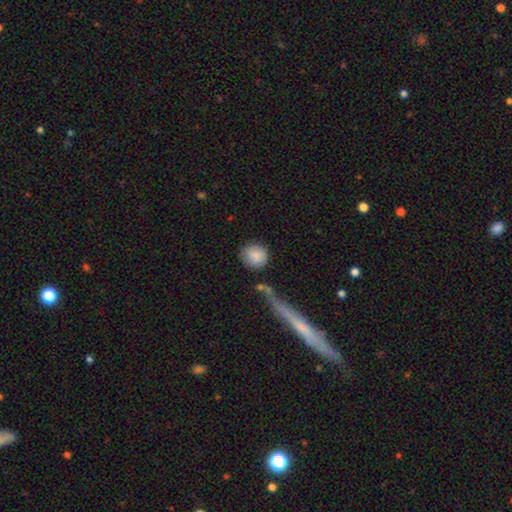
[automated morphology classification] A smooth galaxy with no disk features (85%) that is round (90%).

Vote fractions:
- Smooth or featured? smooth: 85% / featured or disk: 8% / star or artifact: 7%
- How rounded? round: 90% / in between: 9% / cigar-shaped: 1%
- Merging? none: 72% / minor disturbance: 15% / merger: 8% / major disturbance: 6%